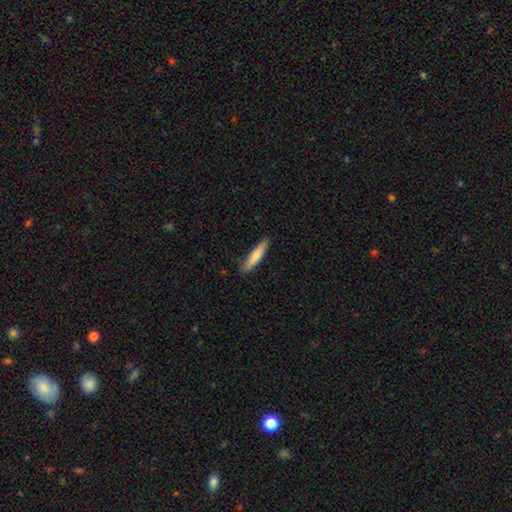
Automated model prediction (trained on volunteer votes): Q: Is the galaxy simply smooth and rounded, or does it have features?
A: smooth — 75%.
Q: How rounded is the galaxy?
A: cigar-shaped — 89%.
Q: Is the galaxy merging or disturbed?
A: none — 85%.